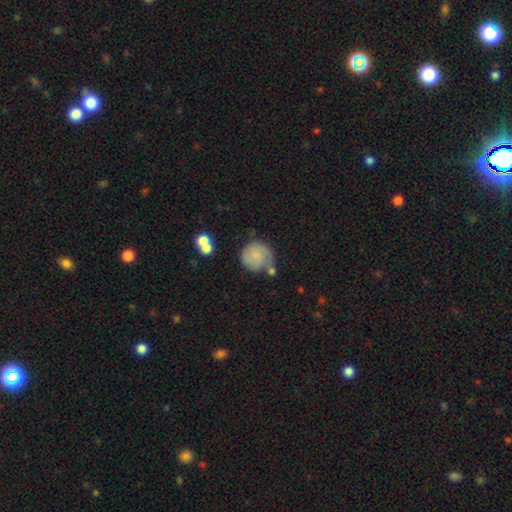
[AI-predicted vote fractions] smooth 53%, featured or disk 39%, star or artifact 8%. Down the decision tree: how rounded — round (88%); merging — none (56%).